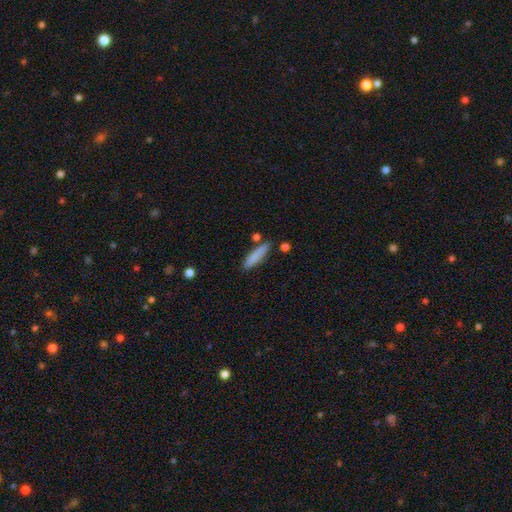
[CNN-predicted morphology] This appears to be a smooth galaxy with no disk features (81%) that is cigar-shaped (85%). Merging: none (79%).